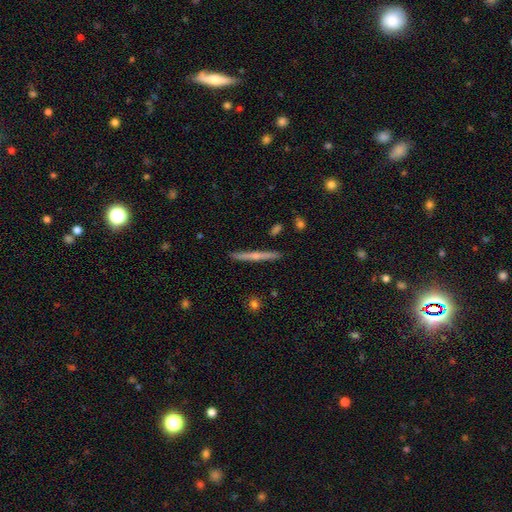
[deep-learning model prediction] Smooth or featured? Predicted: featured or disk (p=0.61). Edge-on disk? Predicted: yes (p=0.98). Edge-on bulge? Predicted: rounded (p=0.59). Merging? Predicted: none (p=0.91).